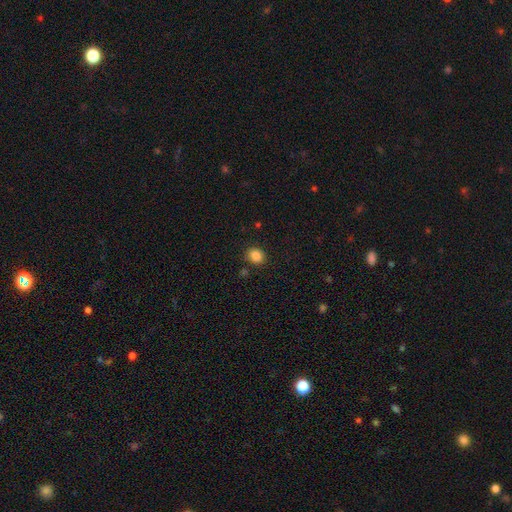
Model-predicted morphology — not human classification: A smooth galaxy with no disk features (85%) that is round (70%).

Vote fractions:
- Smooth or featured? smooth: 85% / star or artifact: 10% / featured or disk: 4%
- How rounded? round: 70% / in between: 29% / cigar-shaped: 1%
- Merging? none: 86% / minor disturbance: 9% / merger: 3% / major disturbance: 3%